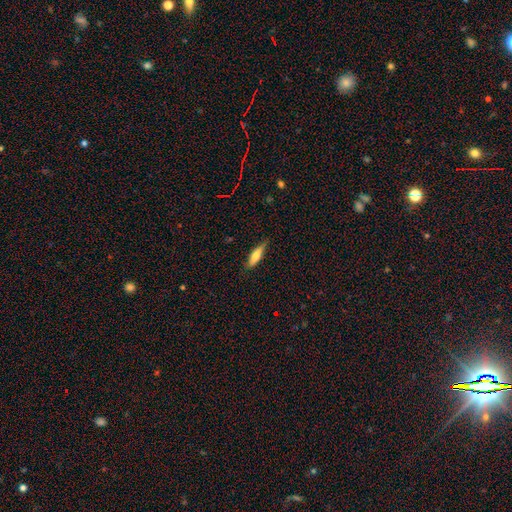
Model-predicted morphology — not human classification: Smooth or featured: smooth — 65% (featured or disk — 29%)
How rounded: cigar-shaped — 66% (in between — 32%)
Merging: none — 81% (minor disturbance — 15%)